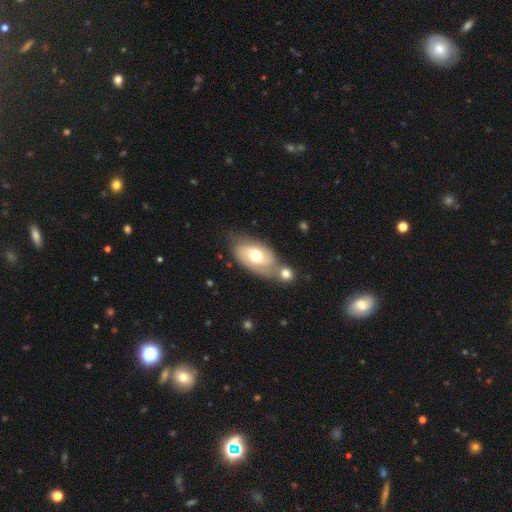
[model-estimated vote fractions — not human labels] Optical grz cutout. It shows a smooth galaxy with no disk features (48%). Merging: none (38%).